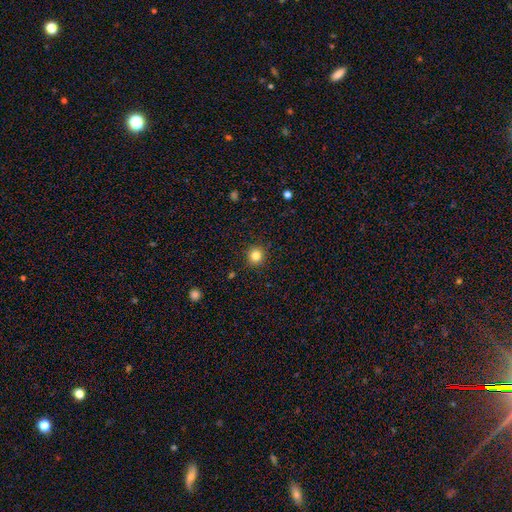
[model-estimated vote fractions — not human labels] Smooth or featured? Predicted: smooth (p=0.83). How rounded? Predicted: round (p=0.93). Merging? Predicted: none (p=0.91).